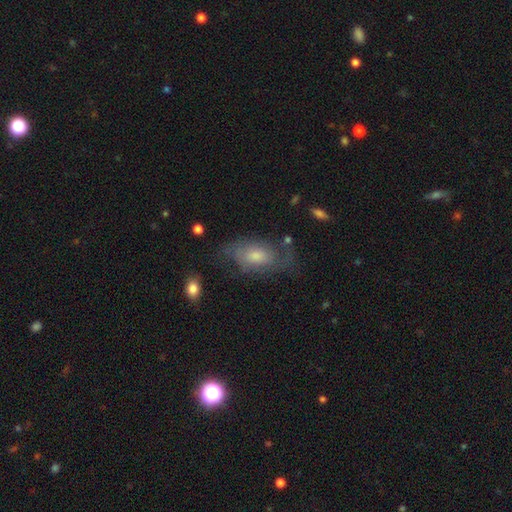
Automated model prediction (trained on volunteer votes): Smooth or featured? featured or disk (55%)
Edge-on disk? no (91%)
Bar? no (71%)
Spiral arms? yes (78%)
Bulge size? moderate (48%)
Merging? none (61%)